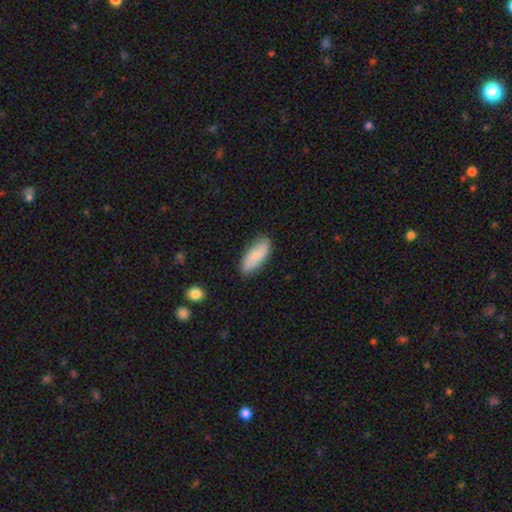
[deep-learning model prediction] This appears to be a smooth galaxy with no disk features (72%) that is in between round and cigar-shaped (81%). Merging: none (83%).